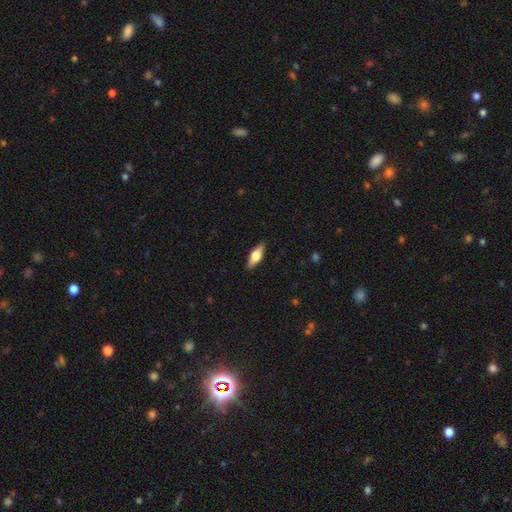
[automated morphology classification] Smooth or featured?
  - smooth: 56% *
  - featured or disk: 38%
  - star or artifact: 6%
How rounded?
  - in between: 69% *
  - cigar-shaped: 28%
  - round: 3%
Merging?
  - none: 88% *
  - minor disturbance: 9%
  - major disturbance: 2%
  - merger: 1%